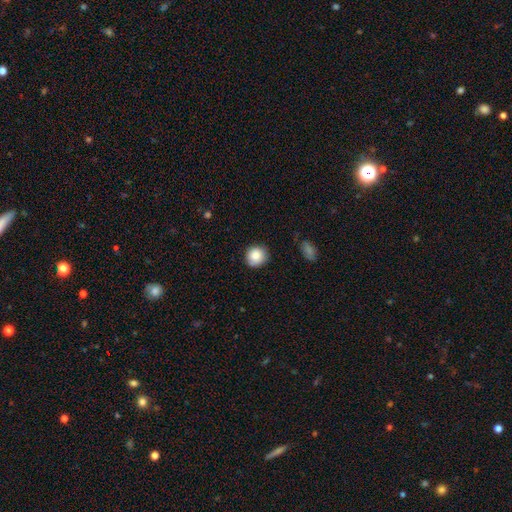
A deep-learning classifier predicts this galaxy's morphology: smooth_or_featured: smooth (p=0.87) [alt: star or artifact p=0.08]
how_rounded: round (p=0.90) [alt: in between p=0.09]
merging: none (p=0.83) [alt: minor disturbance p=0.13]